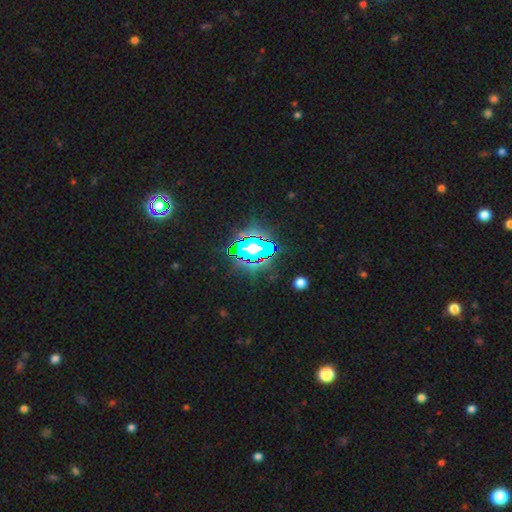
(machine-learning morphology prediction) This is clearly a star or artifact rather than a galaxy (82%).